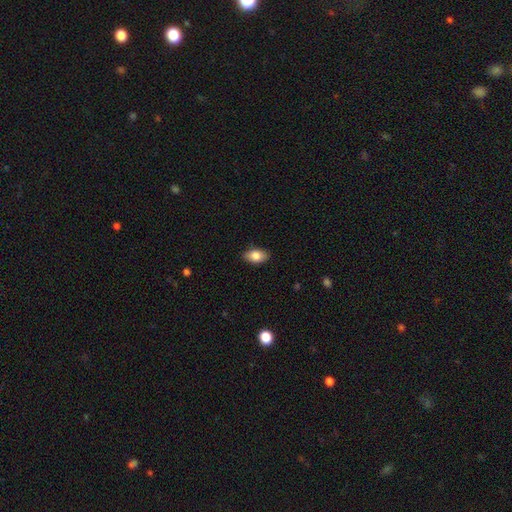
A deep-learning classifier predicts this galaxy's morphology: A smooth galaxy with no disk features (84%) that is in between round and cigar-shaped (91%).

Vote fractions:
- Smooth or featured? smooth: 84% / featured or disk: 9% / star or artifact: 7%
- How rounded? in between: 91% / round: 7% / cigar-shaped: 2%
- Merging? none: 88% / minor disturbance: 9% / major disturbance: 2% / merger: 1%